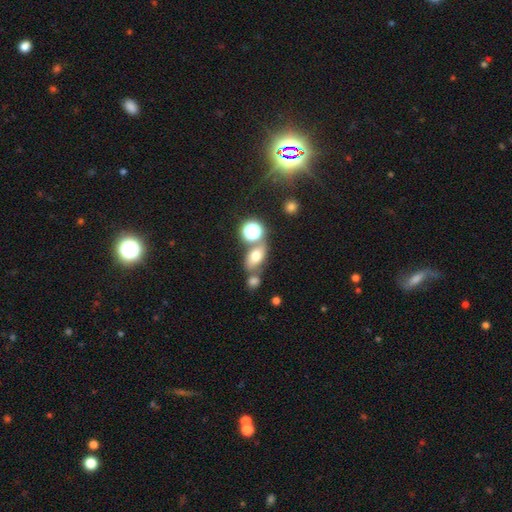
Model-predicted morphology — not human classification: A smooth galaxy with no disk features (64%) that is in between round and cigar-shaped (75%). Merging: none (56%).